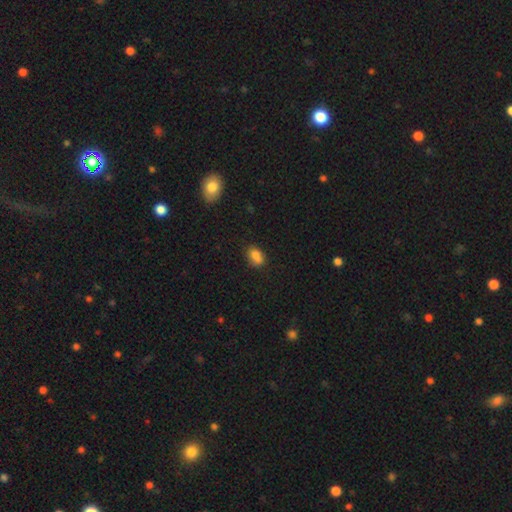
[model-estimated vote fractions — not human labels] The model was most divided on "merging": none: 60%, minor disturbance: 23%, merger: 12%, major disturbance: 5%. More confident: how rounded — in between (82%); smooth or featured — smooth (80%).